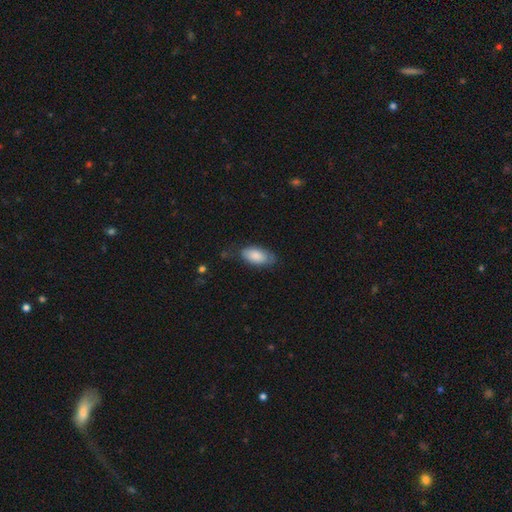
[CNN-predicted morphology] This appears to be a smooth galaxy with no disk features (83%) that is in between round and cigar-shaped (92%). Merging: none (65%).